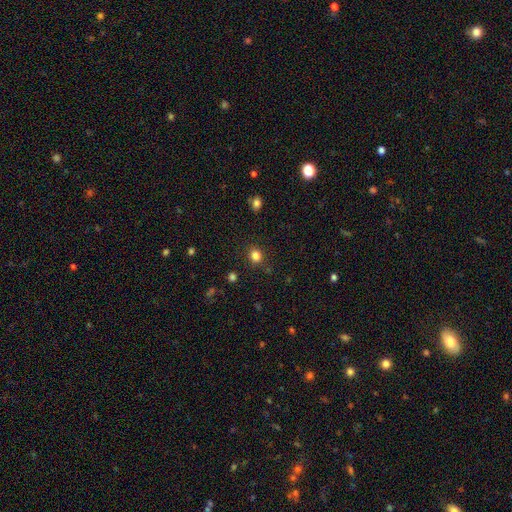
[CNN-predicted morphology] The model was most divided on "how rounded": round: 79%, in between: 20%, cigar-shaped: 1%. More confident: merging — none (87%); smooth or featured — smooth (82%).